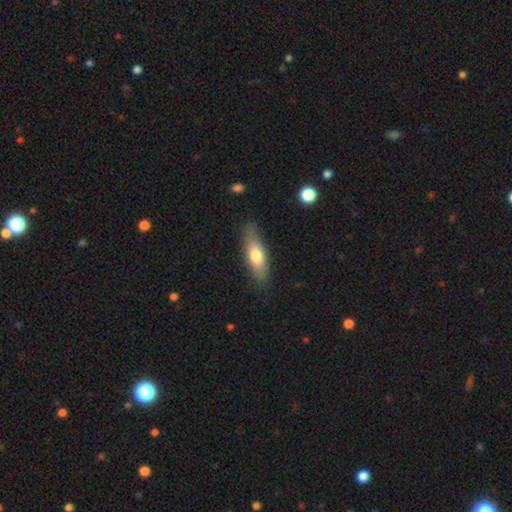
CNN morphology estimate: This is likely a smooth galaxy (66%). How rounded: possibly in between (51%). Merging: clearly none (81%).